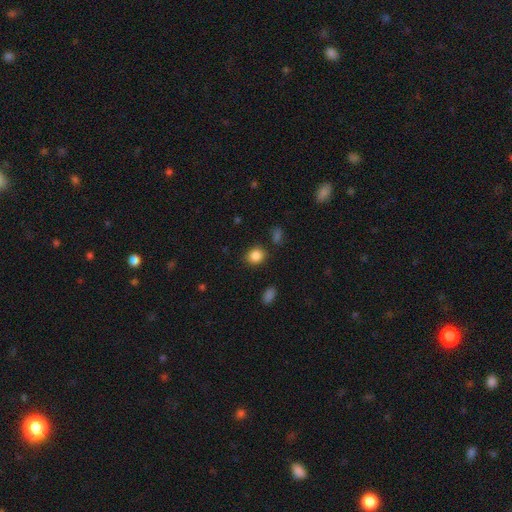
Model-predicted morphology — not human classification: smooth-or-featured: smooth: 86% | star or artifact: 10% | featured or disk: 4%
  how-rounded: round: 67% | in between: 32% | cigar-shaped: 1%
  merging: none: 85% | minor disturbance: 9% | major disturbance: 3% | merger: 3%